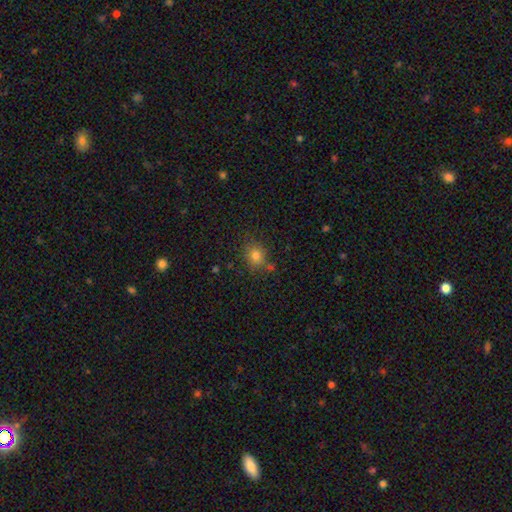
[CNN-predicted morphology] Q: Smooth or featured?
A: smooth (78%); runner-up: star or artifact (14%)
Q: How rounded?
A: round (65%); runner-up: in between (34%)
Q: Merging?
A: none (72%); runner-up: minor disturbance (16%)